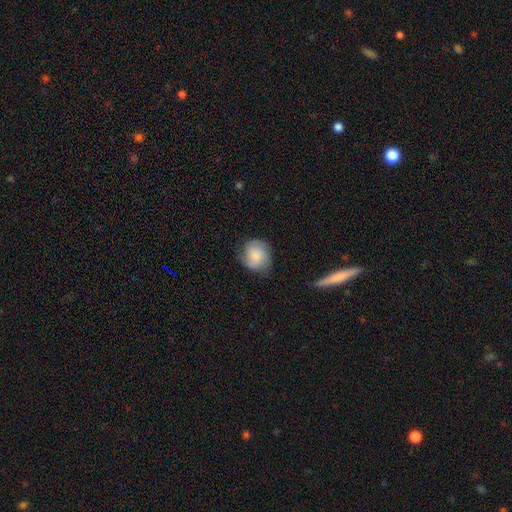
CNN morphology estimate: type=smooth (54%); roundness=round (73%); merging=none (68%).